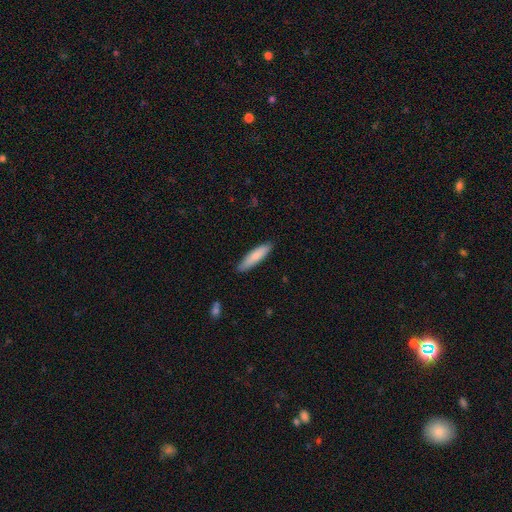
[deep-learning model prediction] smooth 81%, featured or disk 14%, star or artifact 5%. Down the decision tree: how rounded — cigar-shaped (74%); merging — none (87%).